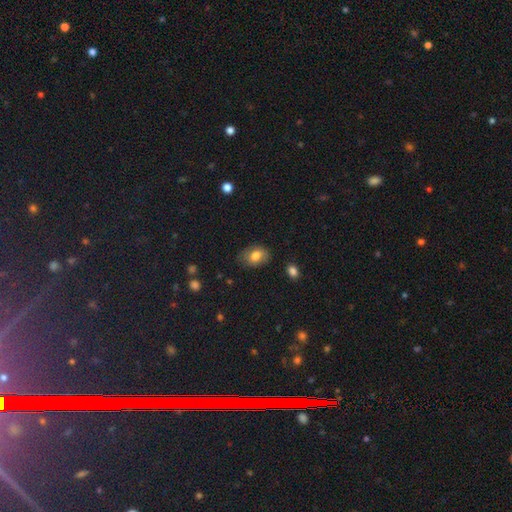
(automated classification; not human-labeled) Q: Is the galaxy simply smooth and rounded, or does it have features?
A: smooth — 75%.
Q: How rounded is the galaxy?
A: in between — 75%.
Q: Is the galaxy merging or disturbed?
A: none — 75%.